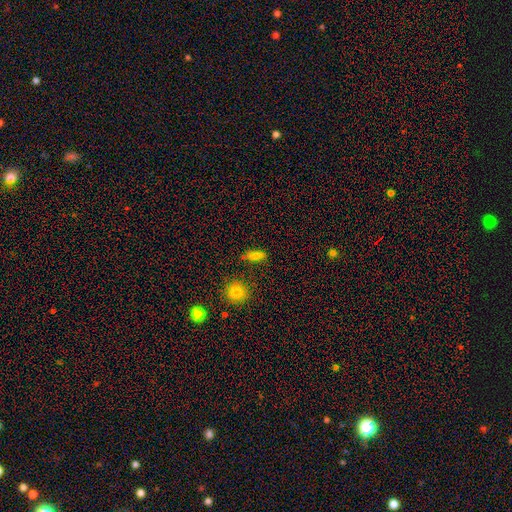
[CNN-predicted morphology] Smooth or featured: smooth — 76% (star or artifact — 14%)
How rounded: in between — 68% (cigar-shaped — 25%)
Merging: none — 77% (minor disturbance — 15%)